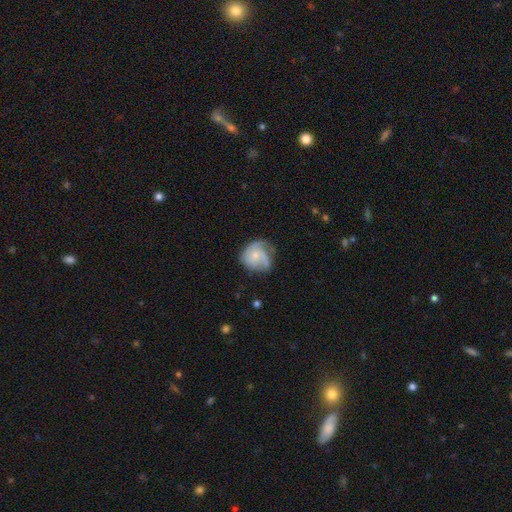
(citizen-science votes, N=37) featured or disk 59%, smooth 41%, star or artifact 0%. Down the decision tree: edge-on disk — no (95%); bar — no (67%); spiral arms — yes (95%); spiral arm count — 2 (55%); spiral winding — medium (60%); bulge size — small (71%); merging — none (43%).